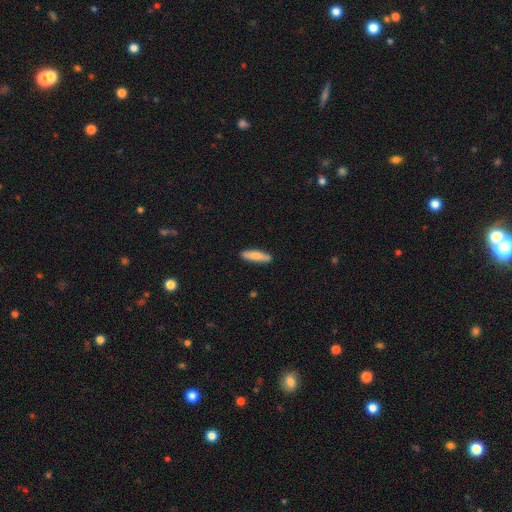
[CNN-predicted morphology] smooth_or_featured: smooth (p=0.77) [alt: featured or disk p=0.17]
how_rounded: cigar-shaped (p=0.72) [alt: in between p=0.27]
merging: none (p=0.89) [alt: minor disturbance p=0.09]